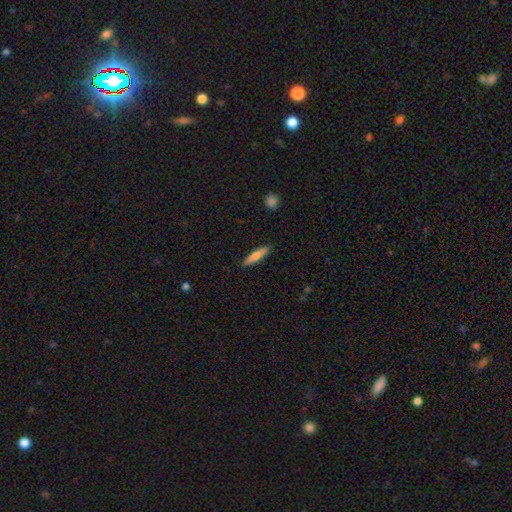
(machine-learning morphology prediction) A smooth galaxy with no disk features (64%) that is cigar-shaped (84%).

Vote fractions:
- Smooth or featured? smooth: 64% / featured or disk: 31% / star or artifact: 6%
- How rounded? cigar-shaped: 84% / in between: 14% / round: 2%
- Merging? none: 90% / minor disturbance: 7% / major disturbance: 2% / merger: 1%